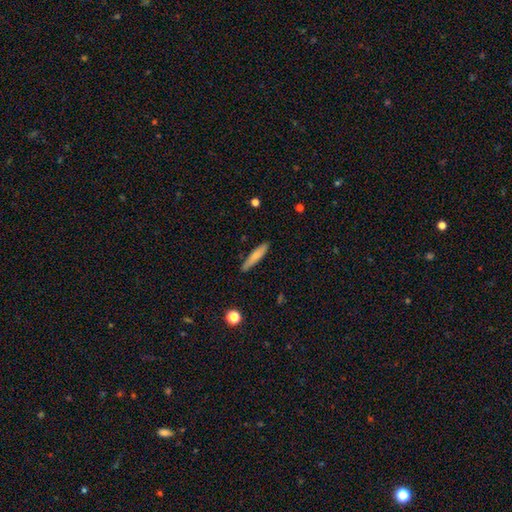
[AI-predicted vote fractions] smooth 72%, featured or disk 22%, star or artifact 6%. Down the decision tree: how rounded — cigar-shaped (88%); merging — none (87%).